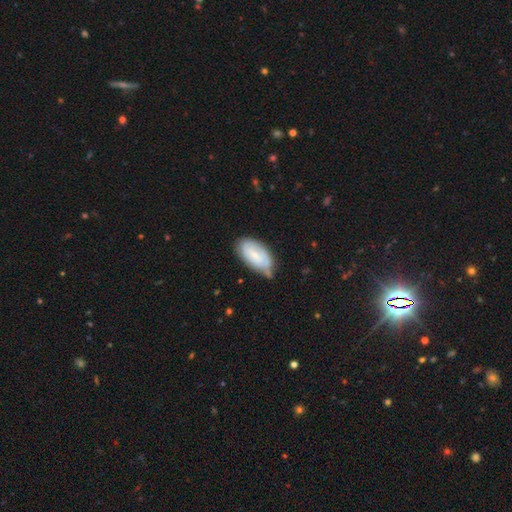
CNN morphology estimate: smooth-or-featured: smooth: 52% | featured or disk: 41% | star or artifact: 6%
  how-rounded: in between: 92% | cigar-shaped: 5% | round: 3%
  merging: none: 54% | minor disturbance: 34% | major disturbance: 7% | merger: 5%